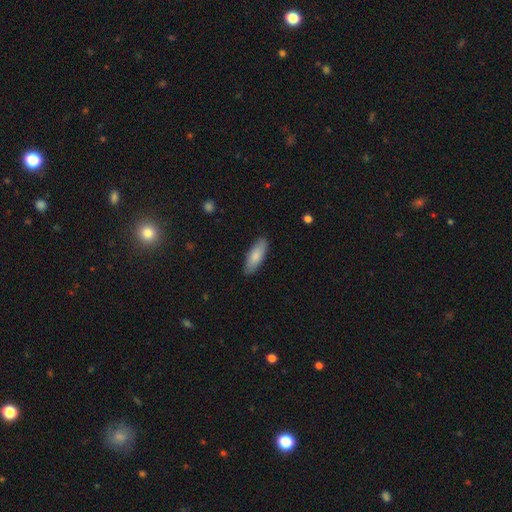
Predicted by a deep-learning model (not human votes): Overall: smooth (81%). How rounded: in between (68%; cigar-shaped 30%). Merging: none (86%).